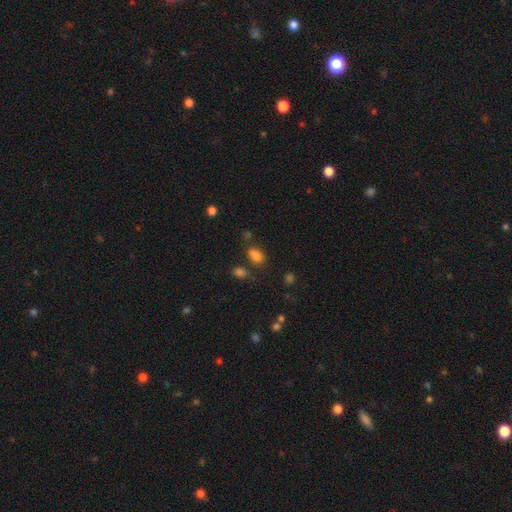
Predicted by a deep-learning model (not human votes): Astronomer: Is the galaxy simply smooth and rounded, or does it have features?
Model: smooth — 81%.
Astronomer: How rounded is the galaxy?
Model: in between — 84%.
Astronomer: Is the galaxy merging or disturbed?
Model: none — 68%.